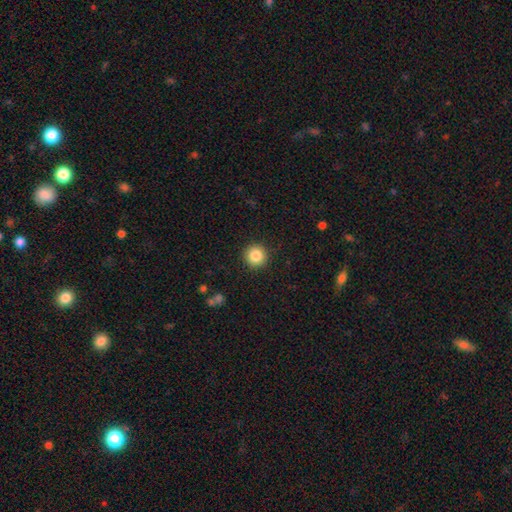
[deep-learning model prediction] Smooth or featured?
  - smooth: 85% *
  - star or artifact: 10%
  - featured or disk: 5%
How rounded?
  - round: 95% *
  - in between: 4%
  - cigar-shaped: 1%
Merging?
  - none: 92% *
  - minor disturbance: 5%
  - major disturbance: 2%
  - merger: 1%